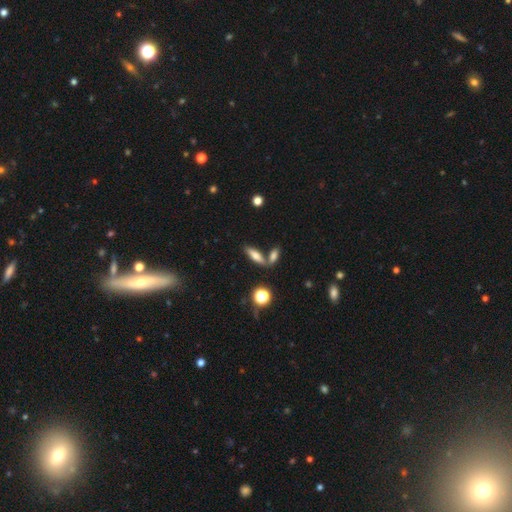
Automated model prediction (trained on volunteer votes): Smooth or featured?
  - smooth: 64% *
  - featured or disk: 26%
  - star or artifact: 10%
How rounded?
  - cigar-shaped: 51% *
  - in between: 44%
  - round: 4%
Merging?
  - none: 60% *
  - merger: 26%
  - minor disturbance: 10%
  - major disturbance: 4%